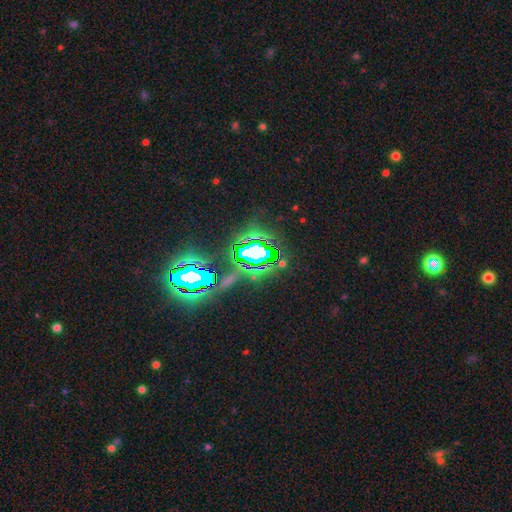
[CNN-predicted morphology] The model was most divided on "smooth or featured": star or artifact: 75%, featured or disk: 13%, smooth: 12%.